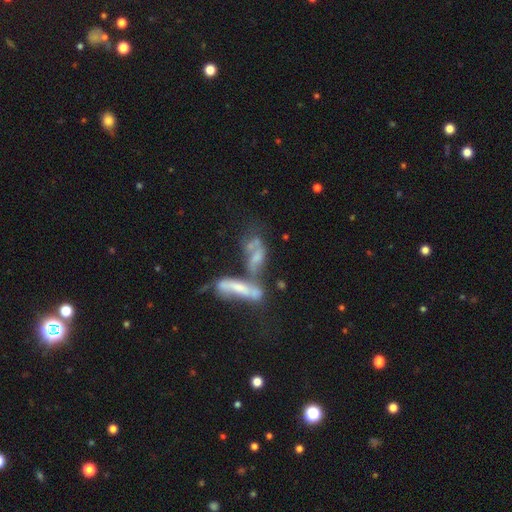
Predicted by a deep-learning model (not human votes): featured or disk 53%, smooth 34%, star or artifact 13%. Down the decision tree: edge-on disk — no (80%); merging — merger (68%).